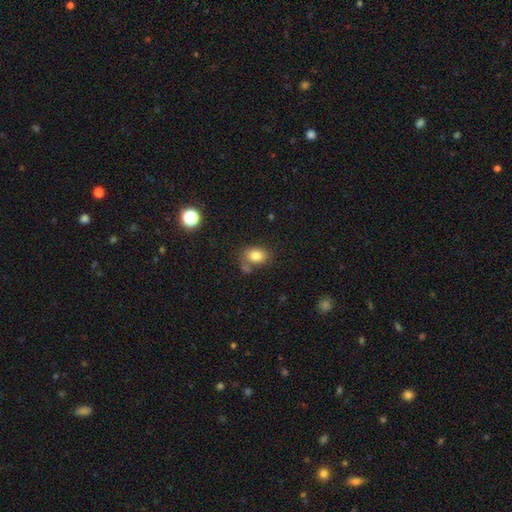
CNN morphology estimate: Smooth or featured? Predicted: smooth (p=0.82). How rounded? Predicted: in between (p=0.66). Merging? Predicted: none (p=0.60).